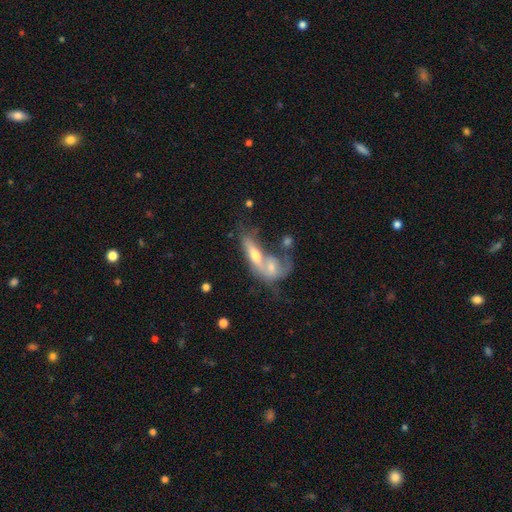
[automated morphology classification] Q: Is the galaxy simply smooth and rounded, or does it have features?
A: featured or disk — 55%.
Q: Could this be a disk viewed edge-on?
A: no — 59%.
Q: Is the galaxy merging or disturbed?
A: merger — 63%.